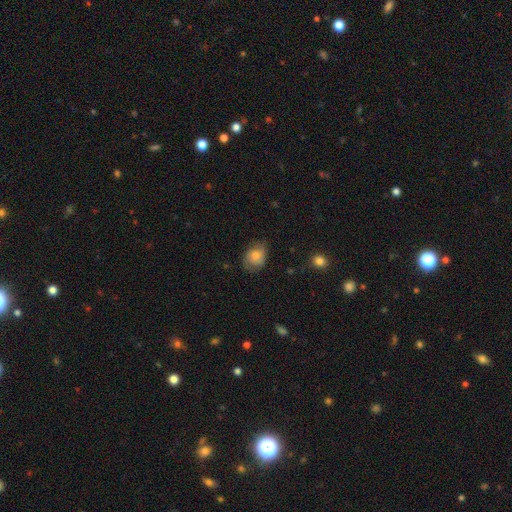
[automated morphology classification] The model was most divided on "how rounded": in between: 53%, round: 46%, cigar-shaped: 1%. More confident: smooth or featured — smooth (74%); merging — none (62%).